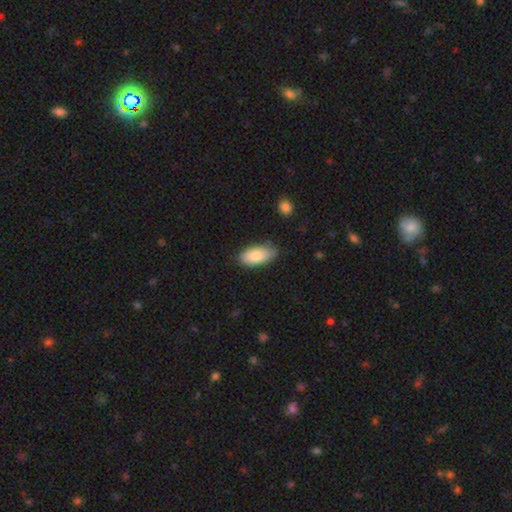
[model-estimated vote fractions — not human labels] Smooth or featured? Predicted: smooth (p=0.83). How rounded? Predicted: in between (p=0.92). Merging? Predicted: none (p=0.76).